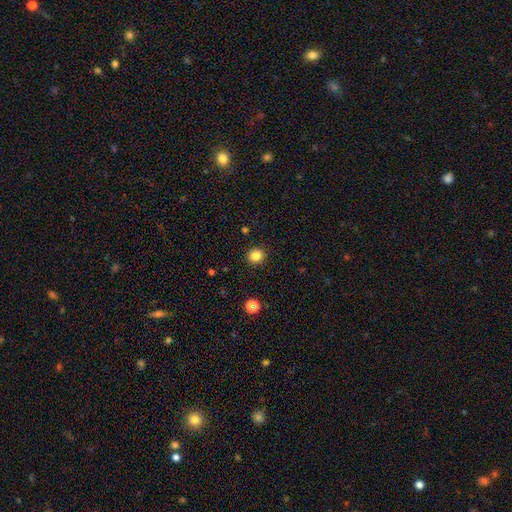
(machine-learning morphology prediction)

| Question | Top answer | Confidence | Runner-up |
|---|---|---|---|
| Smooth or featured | smooth | 83% | star or artifact (12%) |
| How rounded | round | 86% | in between (14%) |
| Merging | none | 91% | minor disturbance (6%) |